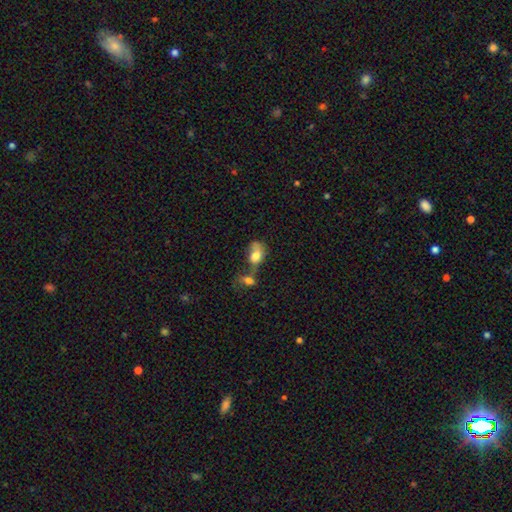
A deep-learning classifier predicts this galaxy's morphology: smooth_or_featured: smooth (p=0.73) [alt: featured or disk p=0.18]
how_rounded: in between (p=0.78) [alt: round p=0.20]
merging: merger (p=0.60) [alt: none p=0.16]